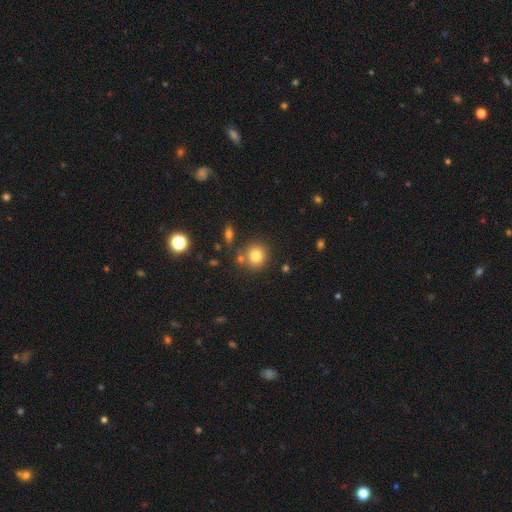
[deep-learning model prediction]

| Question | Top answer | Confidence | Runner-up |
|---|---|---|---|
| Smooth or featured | smooth | 80% | star or artifact (12%) |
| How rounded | round | 86% | in between (13%) |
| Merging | none | 75% | merger (12%) |